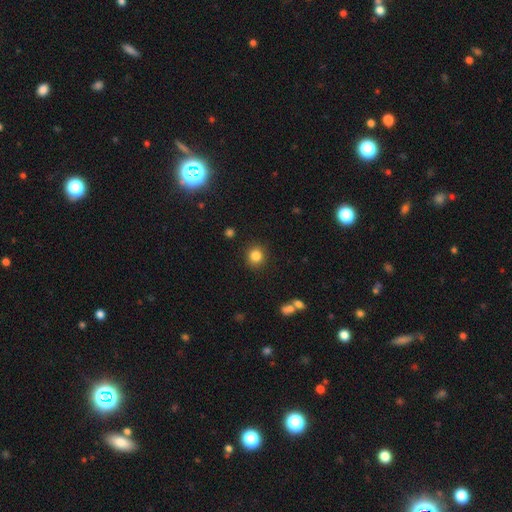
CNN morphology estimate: Smooth or featured? Predicted: smooth (p=0.84). How rounded? Predicted: round (p=0.87). Merging? Predicted: none (p=0.89).